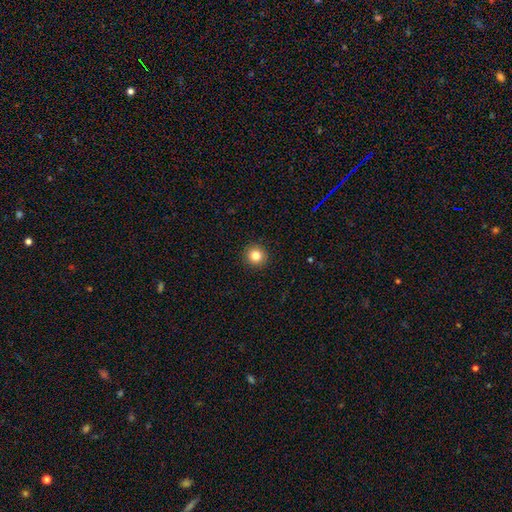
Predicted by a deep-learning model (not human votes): Smooth or featured? smooth (82%)
How rounded? round (94%)
Merging? none (93%)